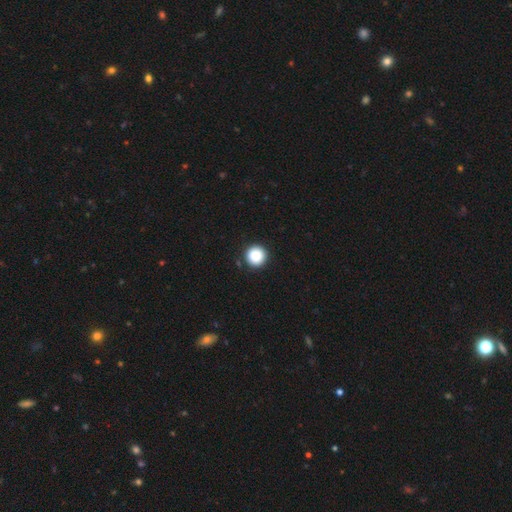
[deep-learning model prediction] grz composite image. It shows a smooth galaxy with no disk features (88%) that is round (97%). Merging: none (92%).